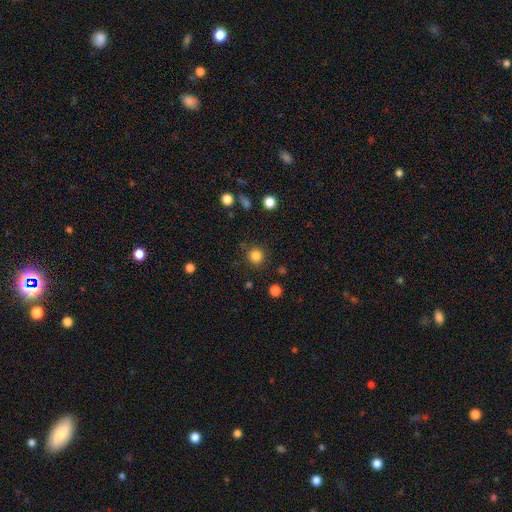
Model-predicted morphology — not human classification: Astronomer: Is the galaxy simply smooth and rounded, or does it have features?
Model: smooth — 84%.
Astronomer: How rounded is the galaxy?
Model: round — 92%.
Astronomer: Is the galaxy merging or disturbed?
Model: none — 87%.